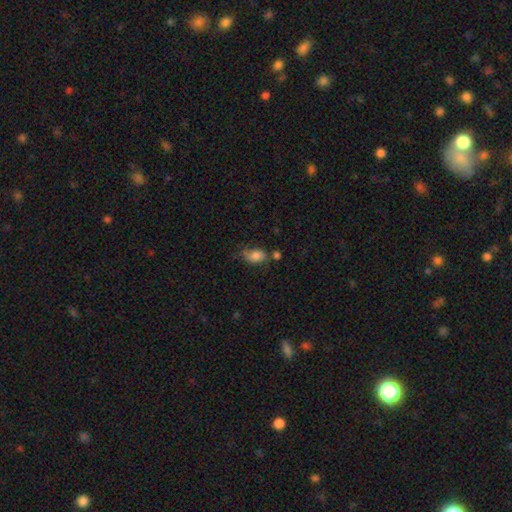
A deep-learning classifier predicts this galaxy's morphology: This is likely a smooth galaxy (77%). How rounded: clearly in between (81%). Merging: marginally none (40%).